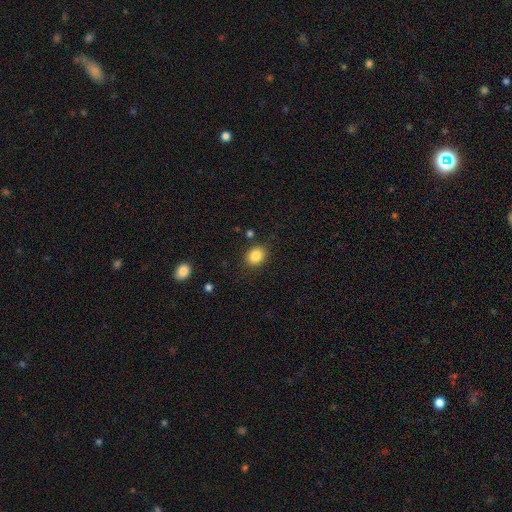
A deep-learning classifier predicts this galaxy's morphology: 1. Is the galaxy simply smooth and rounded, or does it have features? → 85% smooth, 10% star or artifact, 5% featured or disk.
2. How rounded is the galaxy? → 52% round, 47% in between, 1% cigar-shaped.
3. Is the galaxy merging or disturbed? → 86% none, 9% minor disturbance, 3% major disturbance, 2% merger.